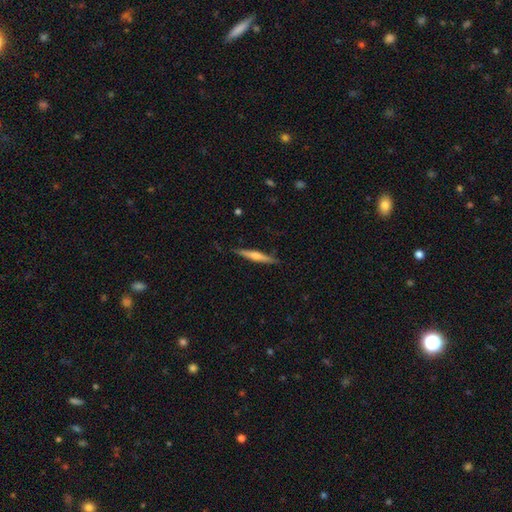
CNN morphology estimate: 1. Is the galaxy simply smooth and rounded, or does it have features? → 54% featured or disk, 41% smooth, 6% star or artifact.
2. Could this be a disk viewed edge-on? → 97% yes, 3% no.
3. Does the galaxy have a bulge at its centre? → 72% rounded, 18% none, 10% boxy.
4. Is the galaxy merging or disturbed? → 87% none, 10% minor disturbance, 2% major disturbance, 1% merger.